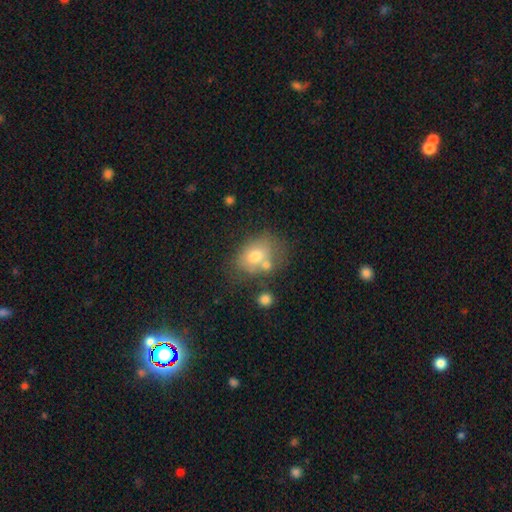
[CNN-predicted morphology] This appears to be a smooth galaxy with no disk features (70%) that is in between round and cigar-shaped (64%). Merging: none (44%).